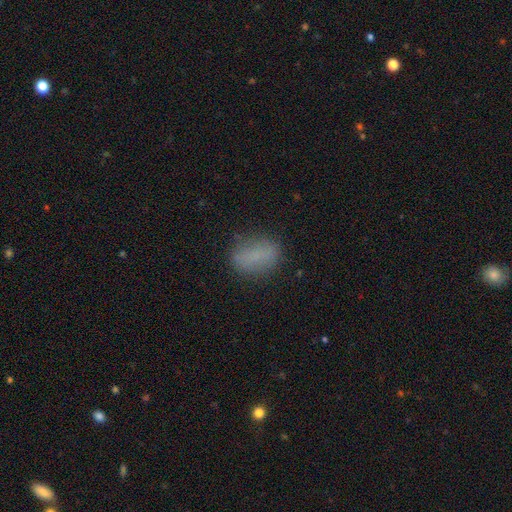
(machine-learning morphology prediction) smooth_or_featured: smooth (p=0.77) [alt: featured or disk p=0.12]
how_rounded: in between (p=0.80) [alt: round p=0.14]
merging: none (p=0.78) [alt: minor disturbance p=0.16]